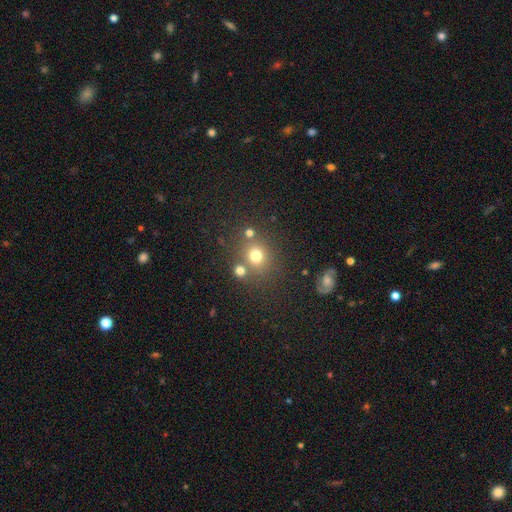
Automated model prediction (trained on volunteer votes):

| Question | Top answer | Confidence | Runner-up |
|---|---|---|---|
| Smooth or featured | smooth | 73% | star or artifact (17%) |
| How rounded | round | 81% | in between (18%) |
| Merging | none | 70% | merger (16%) |